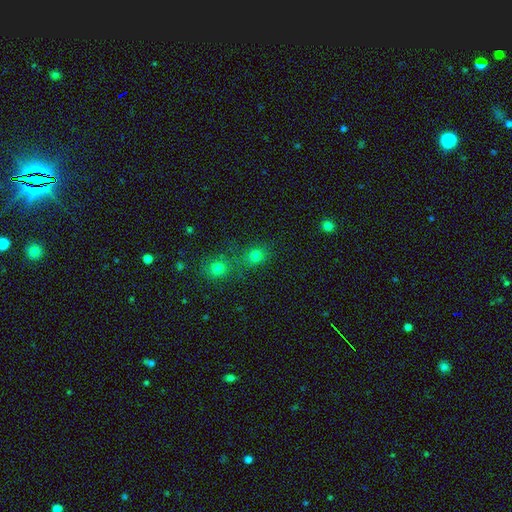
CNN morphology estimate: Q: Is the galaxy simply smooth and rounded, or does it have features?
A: smooth — 76%.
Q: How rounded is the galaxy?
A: round — 80%.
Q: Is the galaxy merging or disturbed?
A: none — 57%.